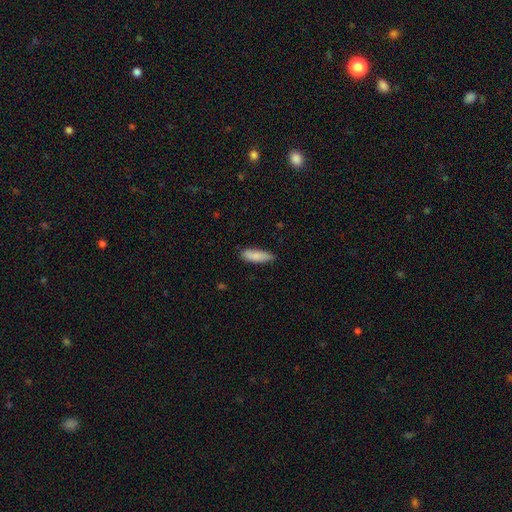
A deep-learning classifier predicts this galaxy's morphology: smooth_or_featured: smooth (p=0.84) [alt: featured or disk p=0.10]
how_rounded: cigar-shaped (p=0.51) [alt: in between p=0.47]
merging: none (p=0.79) [alt: minor disturbance p=0.17]